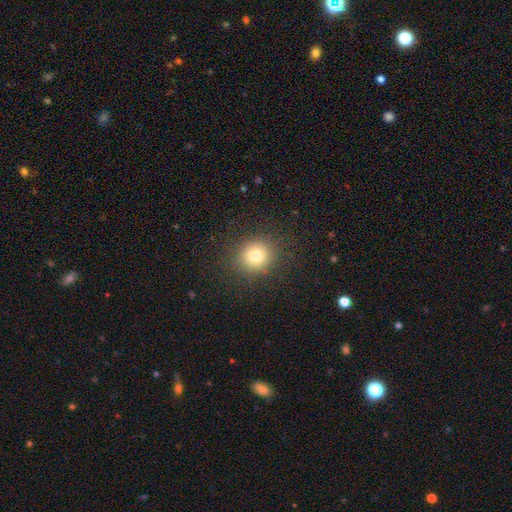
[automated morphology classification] A smooth galaxy with no disk features (79%) that is round (87%).

Vote fractions:
- Smooth or featured? smooth: 79% / star or artifact: 13% / featured or disk: 8%
- How rounded? round: 87% / in between: 13% / cigar-shaped: 1%
- Merging? none: 88% / minor disturbance: 7% / major disturbance: 4% / merger: 1%